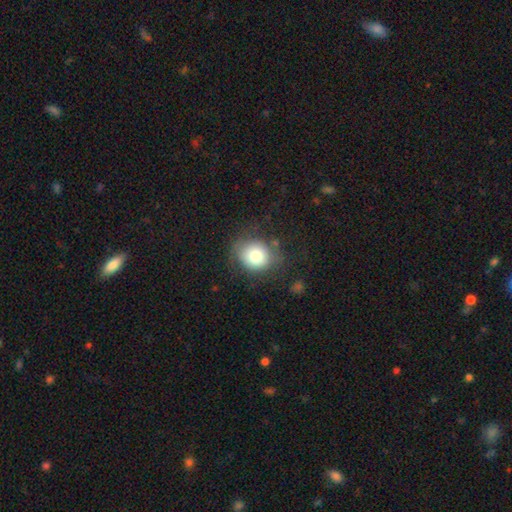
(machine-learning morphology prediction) type=smooth (79%); roundness=round (77%); merging=none (72%).